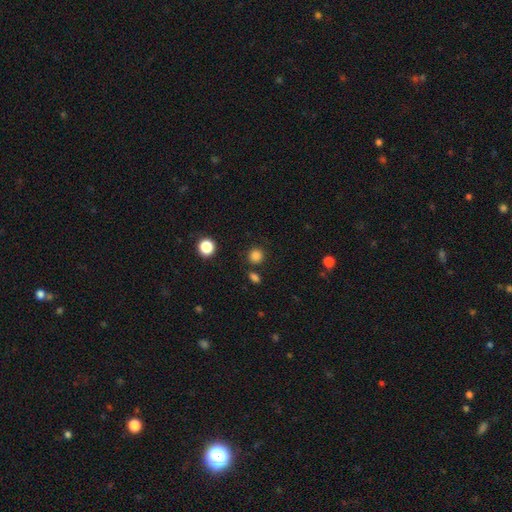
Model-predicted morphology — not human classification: This is clearly a smooth galaxy (84%). How rounded: clearly round (91%). Merging: clearly none (84%).